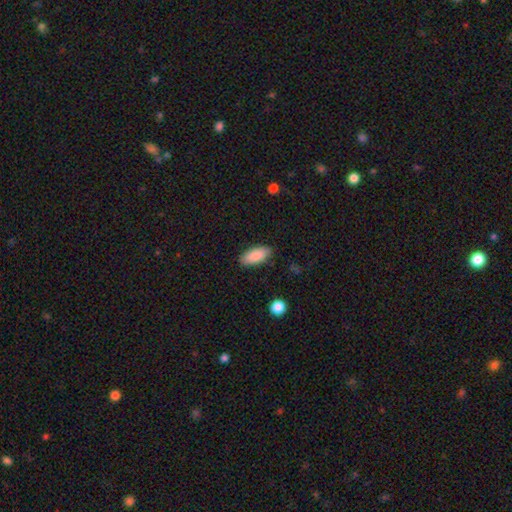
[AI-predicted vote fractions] Overall: smooth (89%). How rounded: in between (86%). Merging: none (87%).